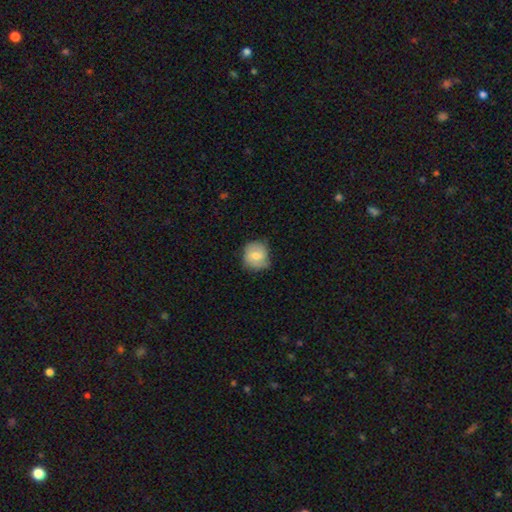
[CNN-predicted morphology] Smooth or featured?
  - smooth: 65% *
  - featured or disk: 28%
  - star or artifact: 7%
How rounded?
  - round: 81% *
  - in between: 18%
  - cigar-shaped: 1%
Merging?
  - none: 59% *
  - minor disturbance: 32%
  - major disturbance: 8%
  - merger: 1%